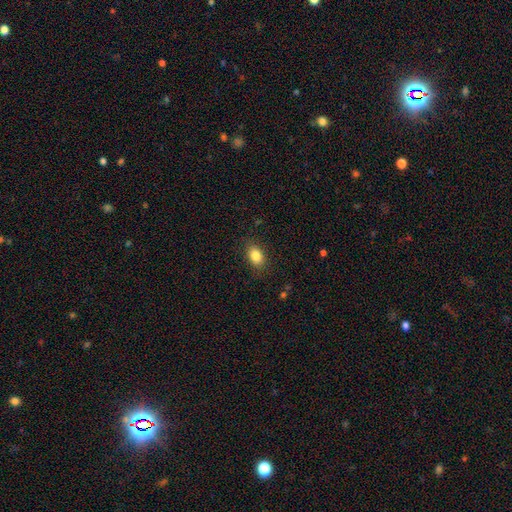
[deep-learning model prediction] This is clearly a smooth galaxy (85%). How rounded: likely in between (80%). Merging: clearly none (85%).